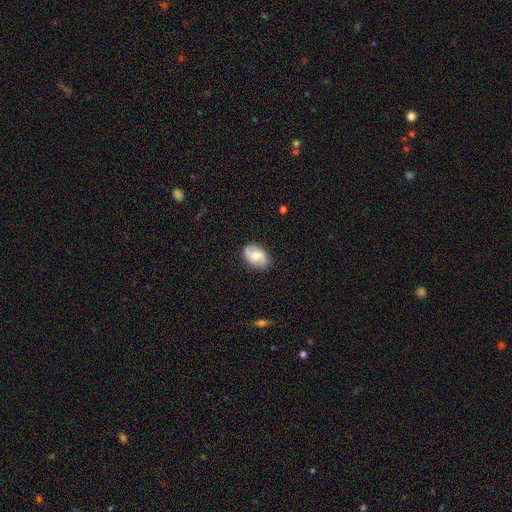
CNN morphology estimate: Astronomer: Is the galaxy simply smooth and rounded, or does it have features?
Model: featured or disk — 55% (runner-up: smooth, 38%).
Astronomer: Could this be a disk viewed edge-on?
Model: no — 96%.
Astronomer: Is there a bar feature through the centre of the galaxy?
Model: no — 50% (runner-up: weak, 40%).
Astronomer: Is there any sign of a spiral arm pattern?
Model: yes — 87%.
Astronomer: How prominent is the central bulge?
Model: moderate — 59%.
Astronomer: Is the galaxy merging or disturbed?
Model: none — 82%.